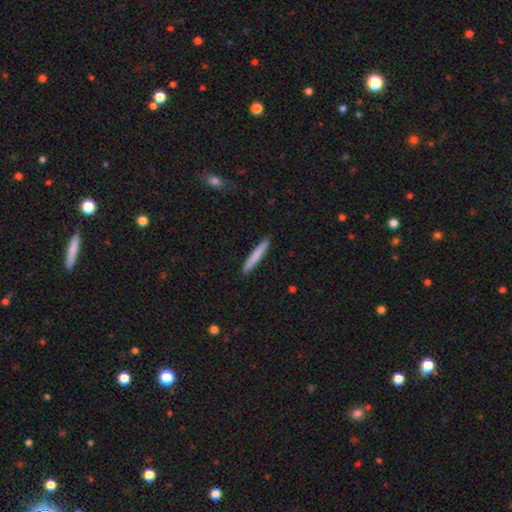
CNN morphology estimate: Smooth or featured?
  - smooth: 77% *
  - featured or disk: 18%
  - star or artifact: 5%
How rounded?
  - cigar-shaped: 96% *
  - in between: 3%
  - round: 1%
Merging?
  - none: 92% *
  - minor disturbance: 6%
  - major disturbance: 1%
  - merger: 1%